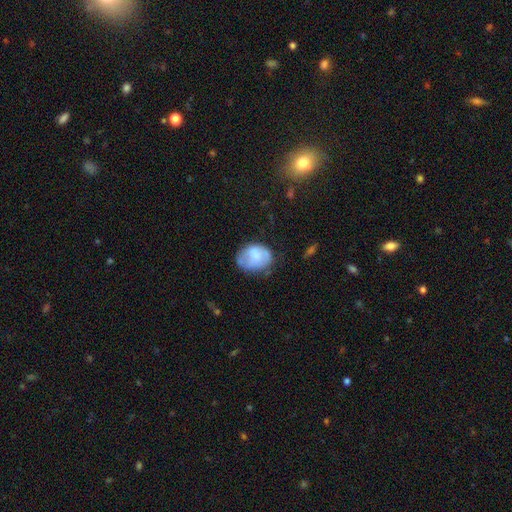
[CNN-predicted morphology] Overall: smooth (64%; featured or disk 28%). How rounded: in between (62%; round 37%). Merging: none (52%; minor disturbance 32%).